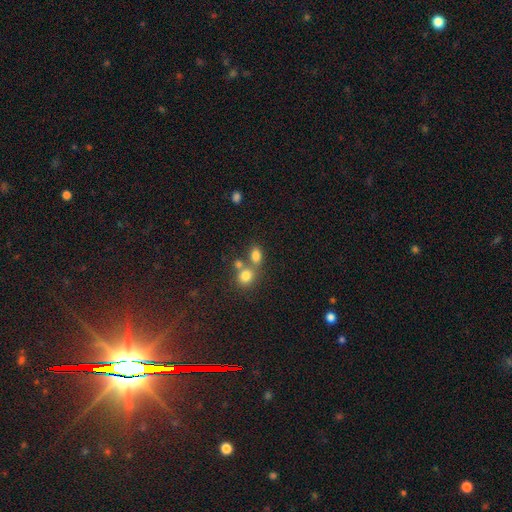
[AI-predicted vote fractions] Morphology: type=smooth (78%); roundness=in between (67%); merging=none (47%).